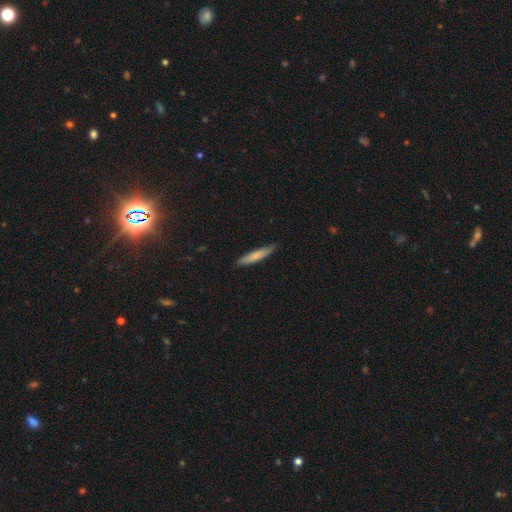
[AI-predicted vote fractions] Smooth or featured: smooth — 75% (featured or disk — 20%)
How rounded: cigar-shaped — 91% (in between — 8%)
Merging: none — 86% (minor disturbance — 11%)